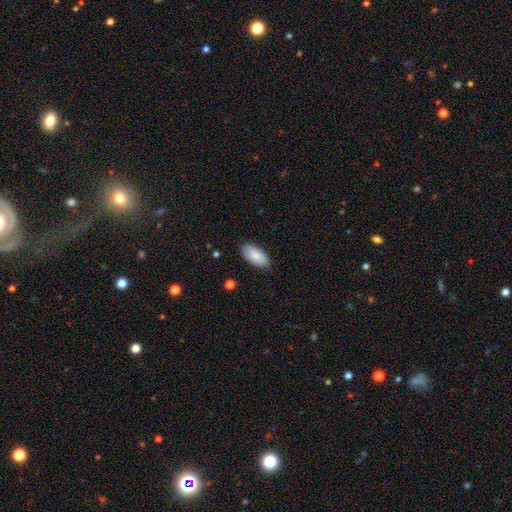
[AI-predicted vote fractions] Overall: smooth (86%). How rounded: in between (94%). Merging: none (85%).